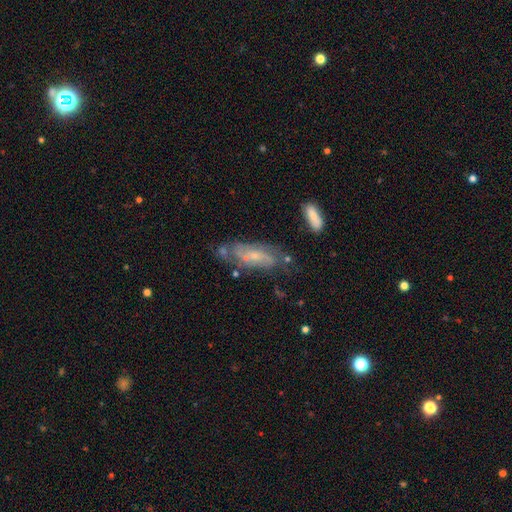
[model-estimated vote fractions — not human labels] Smooth or featured?
  - featured or disk: 67% *
  - smooth: 25%
  - star or artifact: 8%
Edge-on disk?
  - no: 86% *
  - yes: 14%
Bar?
  - no: 59% *
  - weak: 33%
  - strong: 8%
Spiral arms?
  - yes: 82% *
  - no: 18%
Bulge size?
  - small: 68% *
  - moderate: 25%
  - none: 5%
  - large: 2%
  - dominant: 1%
Merging?
  - none: 56% *
  - minor disturbance: 24%
  - major disturbance: 10%
  - merger: 10%